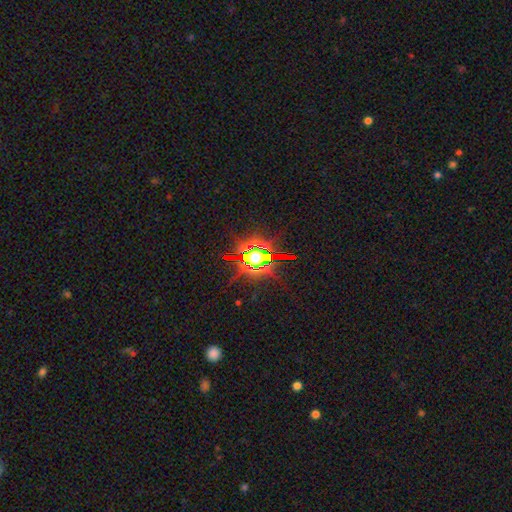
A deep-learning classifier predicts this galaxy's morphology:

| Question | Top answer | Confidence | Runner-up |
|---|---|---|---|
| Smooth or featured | star or artifact | 75% | smooth (15%) |